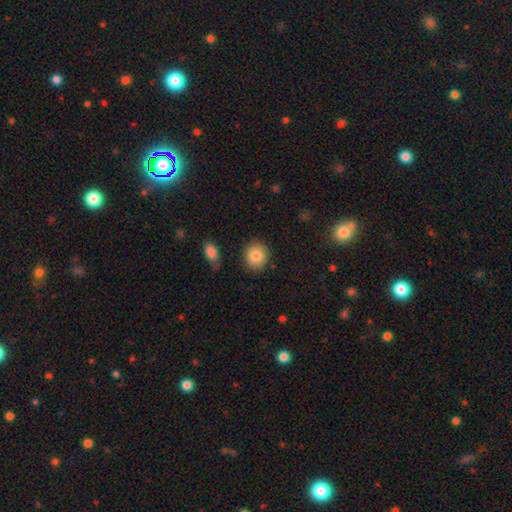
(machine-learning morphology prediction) Q: Smooth or featured?
A: smooth (84%); runner-up: star or artifact (8%)
Q: How rounded?
A: round (81%); runner-up: in between (18%)
Q: Merging?
A: none (86%); runner-up: minor disturbance (9%)